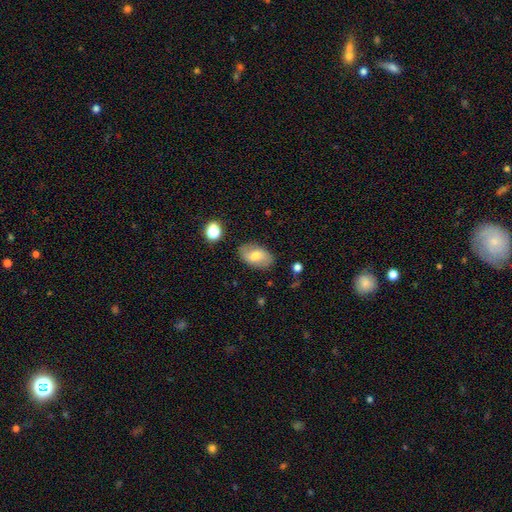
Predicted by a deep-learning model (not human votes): Smooth or featured: smooth — 59% (featured or disk — 33%)
How rounded: in between — 91% (round — 8%)
Merging: none — 82% (minor disturbance — 13%)